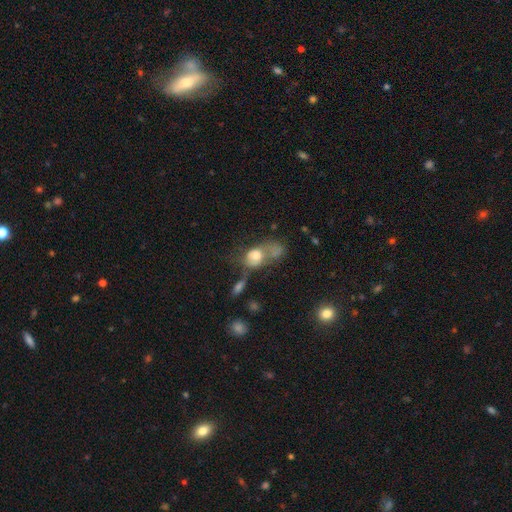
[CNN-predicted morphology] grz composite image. It shows a smooth galaxy with no disk features (63%) that is in between round and cigar-shaped (63%). Merging: merger (45%).